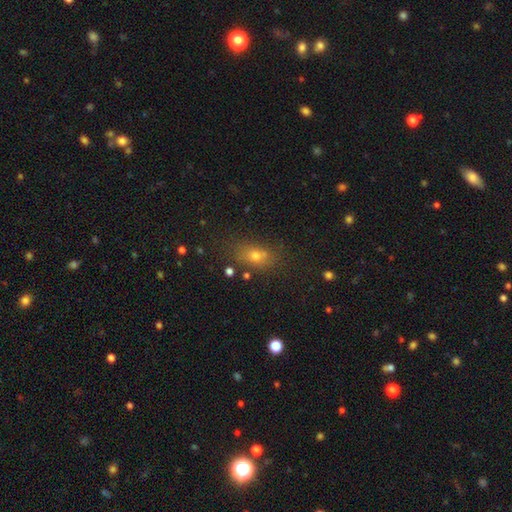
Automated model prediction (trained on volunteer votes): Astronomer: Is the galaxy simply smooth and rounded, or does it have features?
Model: smooth — 67%.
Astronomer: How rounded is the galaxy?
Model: in between — 69%.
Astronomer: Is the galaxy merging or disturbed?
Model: none — 74%.